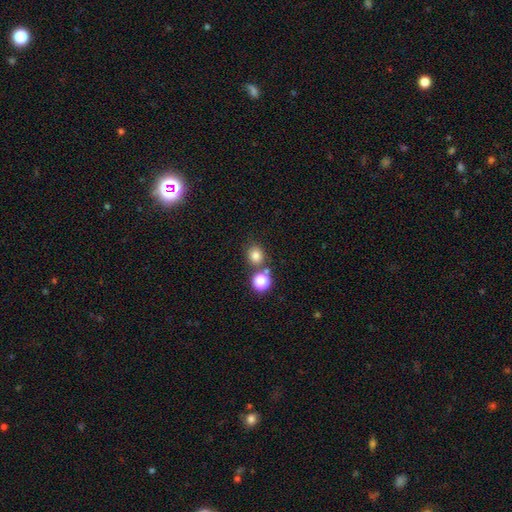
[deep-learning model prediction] Overall: smooth (78%). How rounded: round (81%). Merging: none (69%).